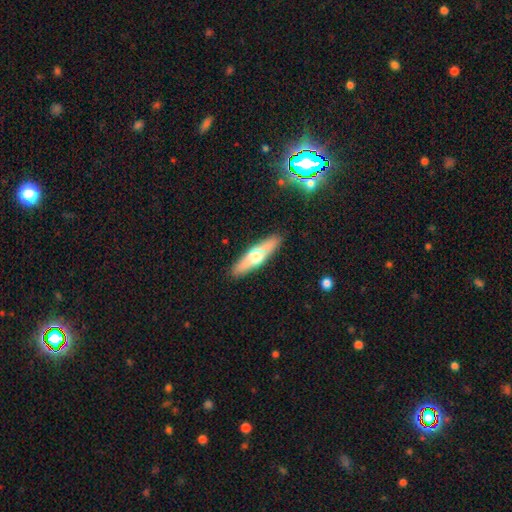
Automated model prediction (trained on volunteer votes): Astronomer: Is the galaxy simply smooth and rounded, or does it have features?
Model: featured or disk — 52% (runner-up: smooth, 43%).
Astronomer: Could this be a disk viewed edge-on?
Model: yes — 89%.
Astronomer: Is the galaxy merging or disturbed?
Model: none — 89%.